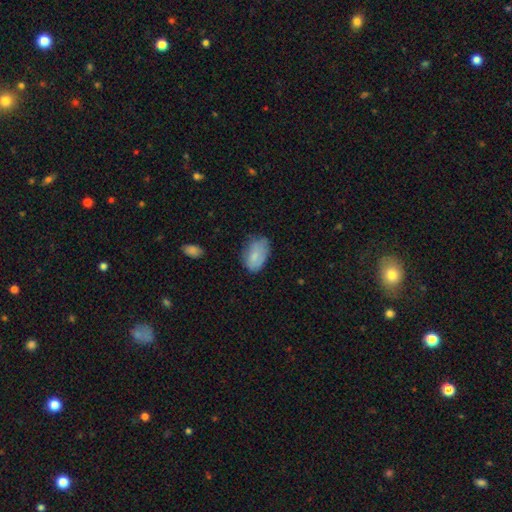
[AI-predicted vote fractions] This is likely a smooth galaxy (78%). How rounded: clearly in between (90%). Merging: possibly none (58%).